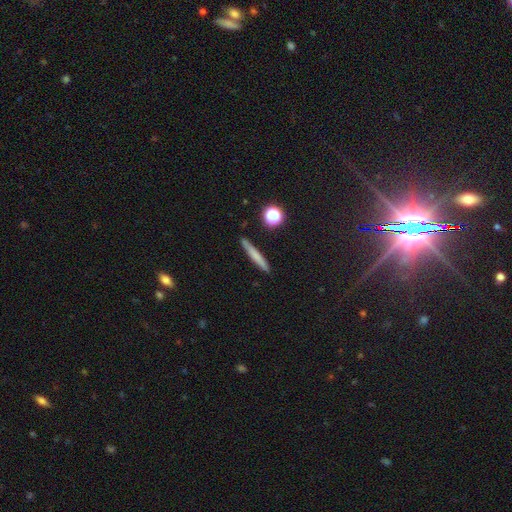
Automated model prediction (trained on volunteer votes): smooth 64%, featured or disk 26%, star or artifact 10%. Down the decision tree: how rounded — cigar-shaped (94%); merging — none (88%).